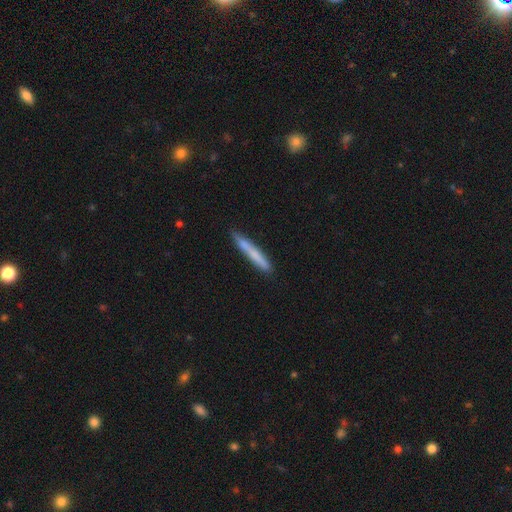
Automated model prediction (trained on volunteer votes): Morphology: type=smooth (69%); roundness=cigar-shaped (95%); merging=none (79%).